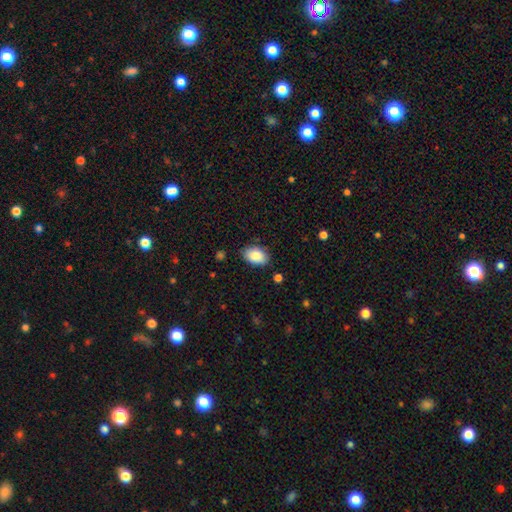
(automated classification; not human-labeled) This appears to be a smooth galaxy with no disk features (86%) that is in between round and cigar-shaped (88%). Merging: none (85%).